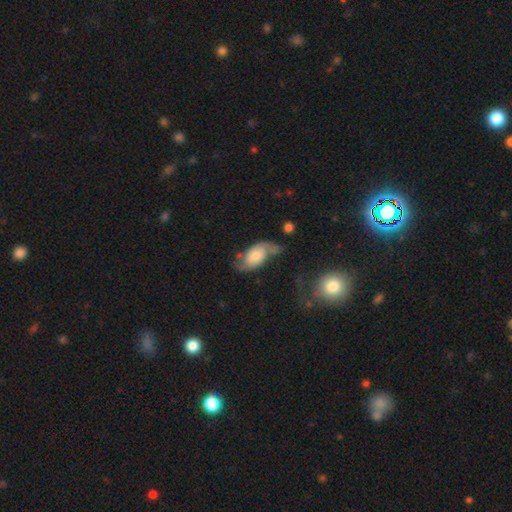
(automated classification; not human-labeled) Smooth or featured? Predicted: featured or disk (p=0.56). Edge-on disk? Predicted: no (p=0.94). Bar? Predicted: no (p=0.72). Spiral arms? Predicted: yes (p=0.83). Bulge size? Predicted: small (p=0.43). Merging? Predicted: none (p=0.44).